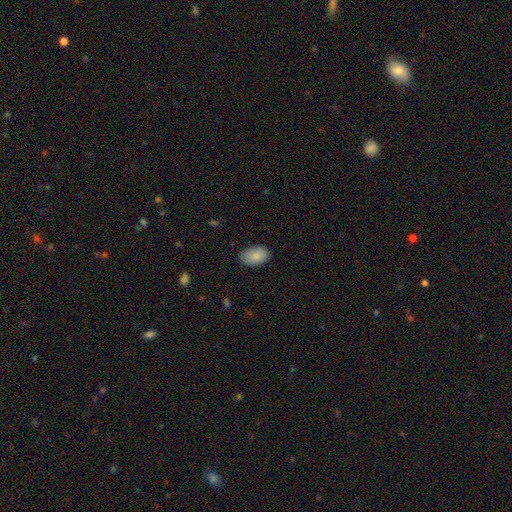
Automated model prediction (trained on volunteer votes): smooth 87%, featured or disk 7%, star or artifact 6%. Down the decision tree: how rounded — in between (92%); merging — none (84%).